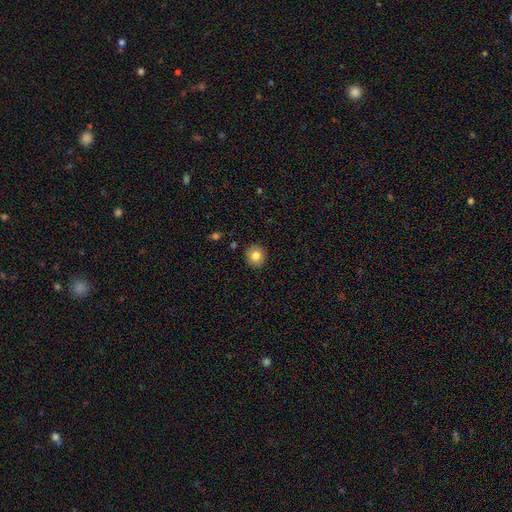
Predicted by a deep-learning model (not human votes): This appears to be a smooth galaxy with no disk features (81%) that is round (90%). Merging: none (91%).